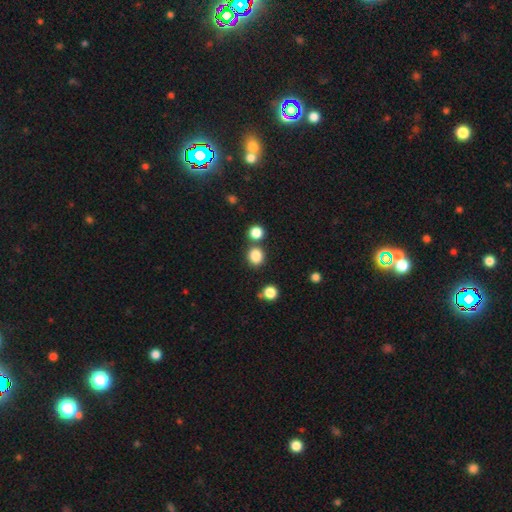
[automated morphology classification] smooth 84%, star or artifact 12%, featured or disk 4%. Down the decision tree: how rounded — round (72%); merging — none (73%).